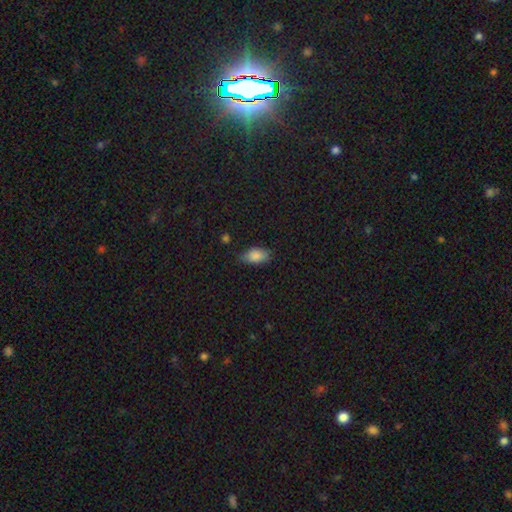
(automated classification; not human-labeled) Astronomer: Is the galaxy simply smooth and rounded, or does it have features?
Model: smooth — 85%.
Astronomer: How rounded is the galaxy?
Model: in between — 91%.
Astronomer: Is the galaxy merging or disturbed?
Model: none — 73%.